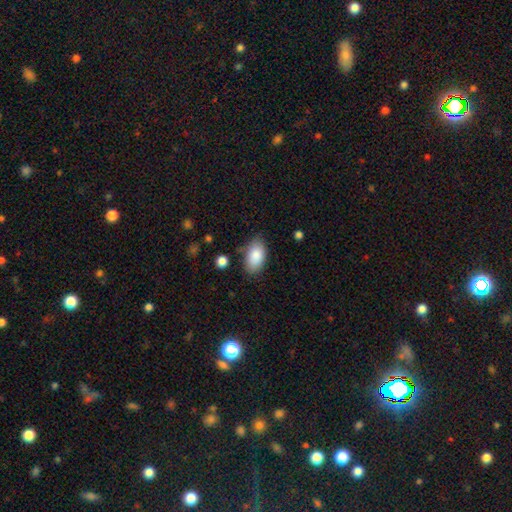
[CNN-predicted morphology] Smooth or featured? smooth (87%)
How rounded? in between (94%)
Merging? none (77%)